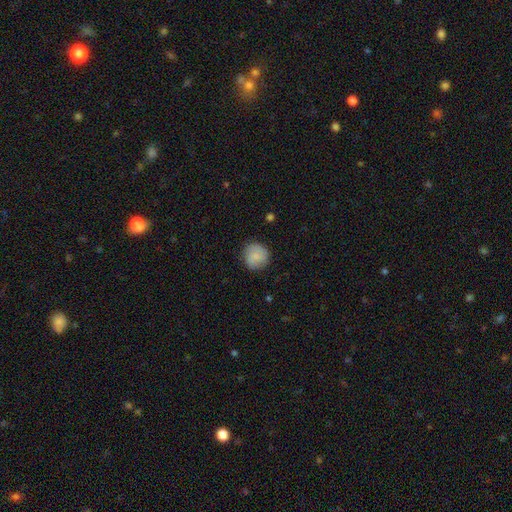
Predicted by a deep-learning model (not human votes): smooth-or-featured: smooth: 81% | featured or disk: 12% | star or artifact: 7%
  how-rounded: round: 91% | in between: 8% | cigar-shaped: 1%
  merging: none: 83% | minor disturbance: 12% | major disturbance: 3% | merger: 1%